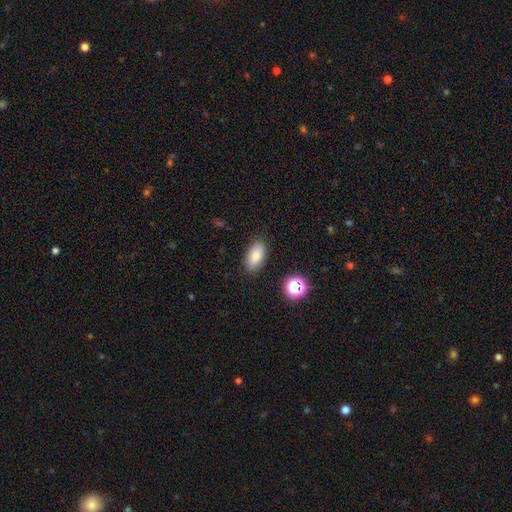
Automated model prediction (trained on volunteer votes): Smooth or featured? Predicted: smooth (p=0.81). How rounded? Predicted: in between (p=0.91). Merging? Predicted: none (p=0.86).